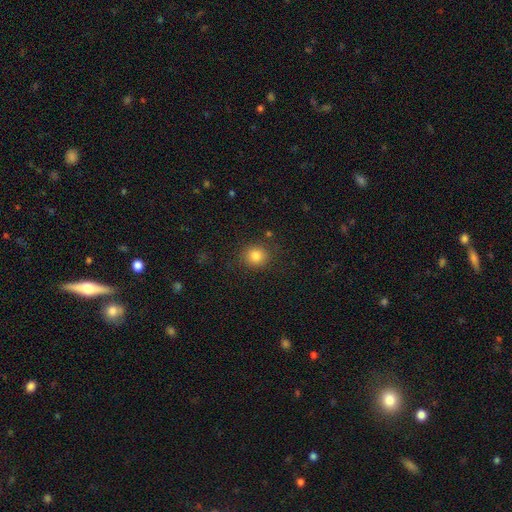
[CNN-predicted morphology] Overall: smooth (84%). How rounded: round (85%). Merging: none (86%).